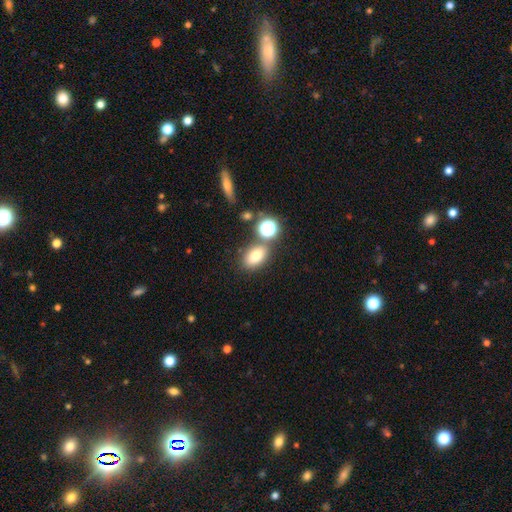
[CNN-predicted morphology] type=smooth (76%); roundness=in between (79%); merging=none (71%).